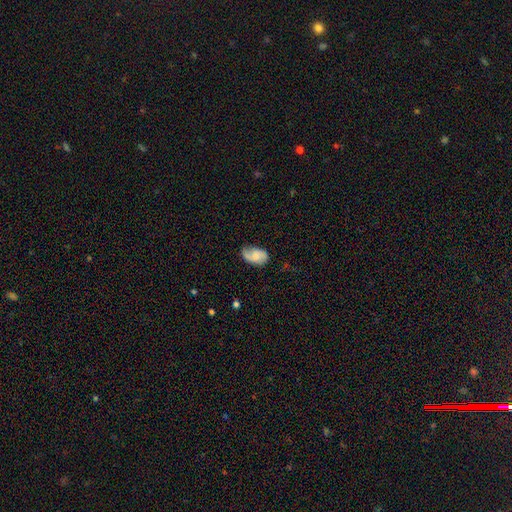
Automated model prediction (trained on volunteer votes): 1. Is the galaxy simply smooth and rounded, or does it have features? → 47% smooth, 46% featured or disk, 7% star or artifact.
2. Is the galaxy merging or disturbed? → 56% none, 31% minor disturbance, 10% major disturbance, 2% merger.